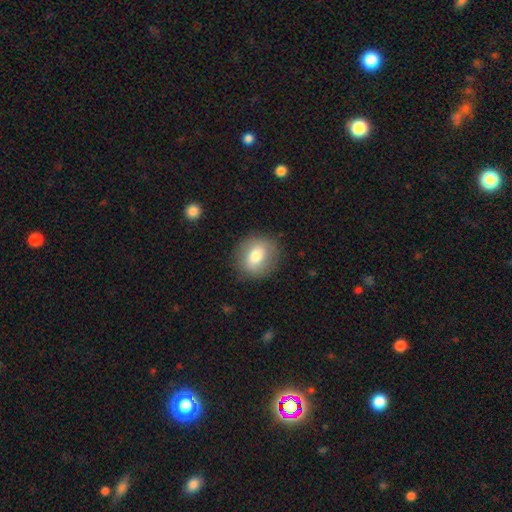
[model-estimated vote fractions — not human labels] A smooth galaxy with no disk features (74%) that is round (65%). Merging: none (84%).